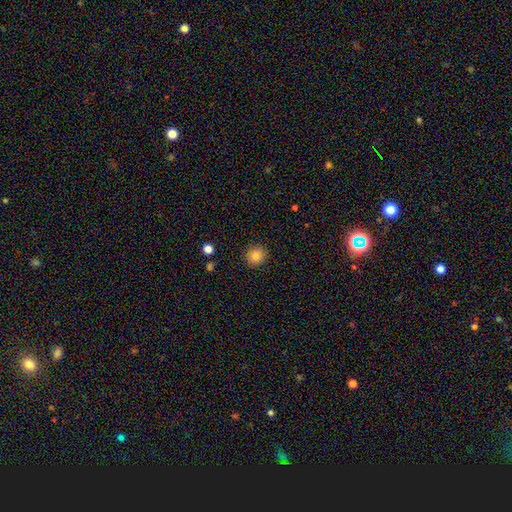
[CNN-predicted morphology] Smooth or featured? smooth (85%)
How rounded? round (91%)
Merging? none (91%)